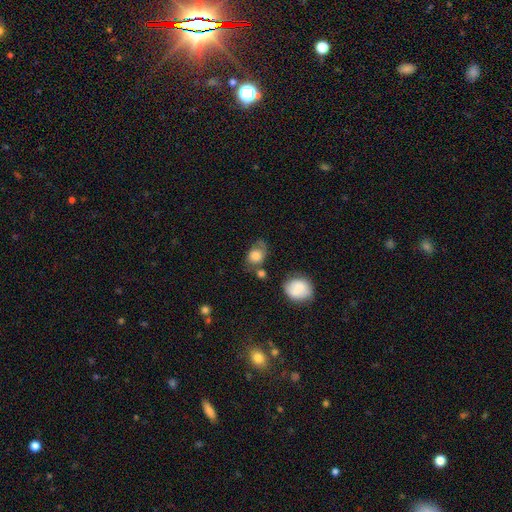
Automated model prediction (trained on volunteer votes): Morphology: type=smooth (74%); roundness=in between (56%); merging=none (44%).